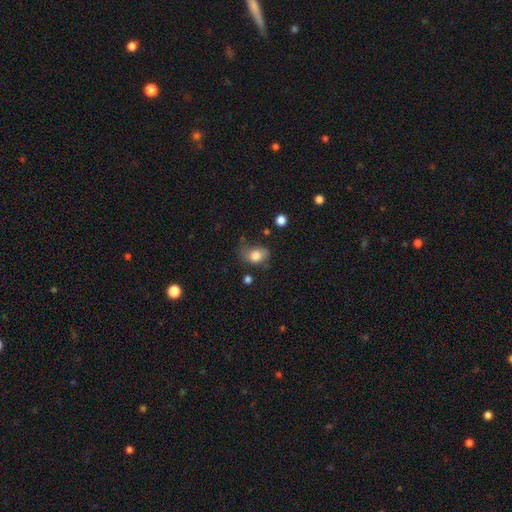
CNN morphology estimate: Smooth or featured? smooth (79%)
How rounded? in between (61%)
Merging? none (44%)